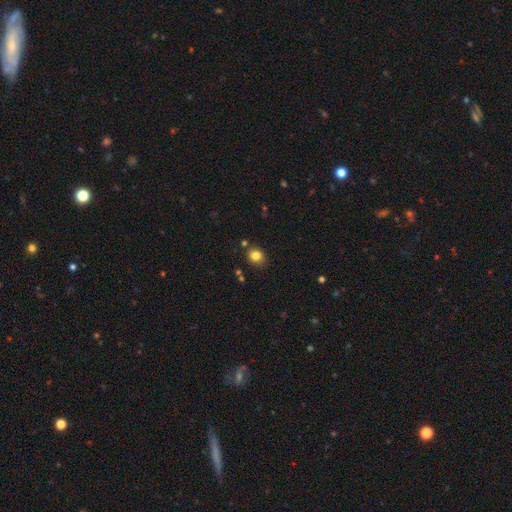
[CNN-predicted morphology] Overall: smooth (82%). How rounded: round (67%; in between 32%). Merging: none (82%).